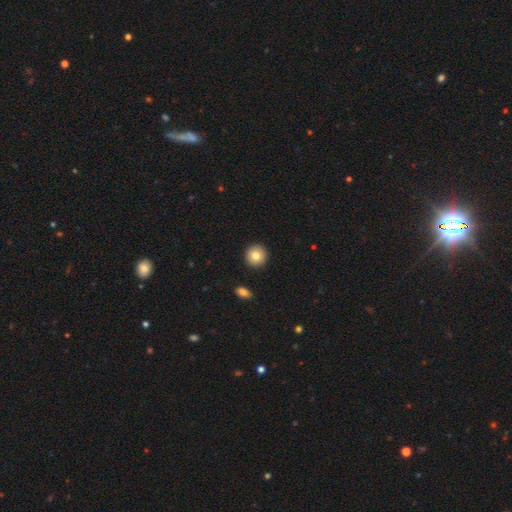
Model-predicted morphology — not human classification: smooth_or_featured: smooth (p=0.81) [alt: featured or disk p=0.11]
how_rounded: round (p=0.93) [alt: in between p=0.06]
merging: none (p=0.92) [alt: minor disturbance p=0.05]